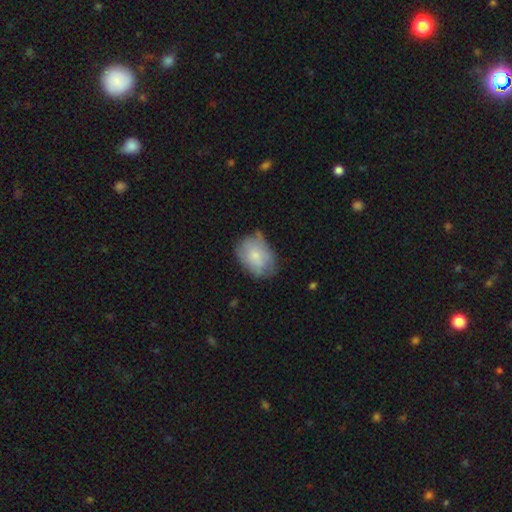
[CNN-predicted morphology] Overall: smooth (70%). How rounded: in between (74%). Merging: none (53%; minor disturbance 34%).